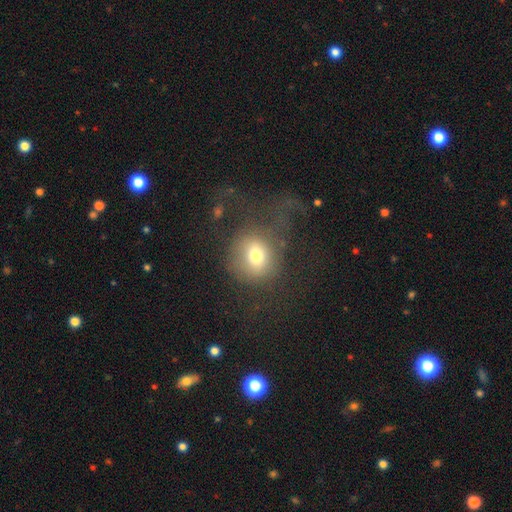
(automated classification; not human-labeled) A smooth galaxy with no disk features (70%) that is round (79%).

Vote fractions:
- Smooth or featured? smooth: 70% / featured or disk: 18% / star or artifact: 12%
- How rounded? round: 79% / in between: 20% / cigar-shaped: 1%
- Merging? major disturbance: 44% / none: 38% / minor disturbance: 15% / merger: 3%